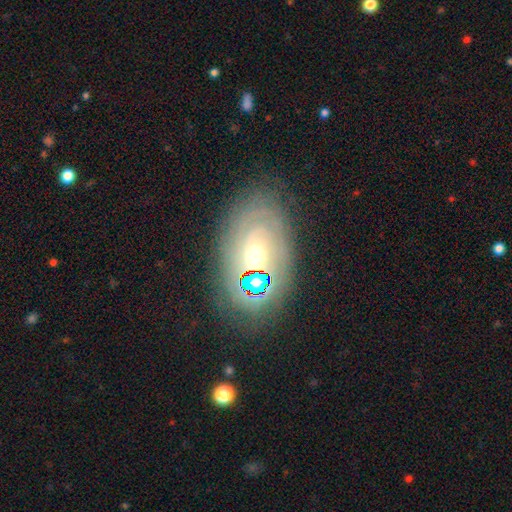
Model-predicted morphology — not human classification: Smooth or featured: featured or disk — 63% (smooth — 21%)
Edge-on disk: no — 94% (yes — 6%)
Bar: no — 78% (weak — 16%)
Spiral arms: yes — 79% (no — 21%)
Bulge size: small — 47% (moderate — 44%)
Merging: none — 73% (minor disturbance — 16%)